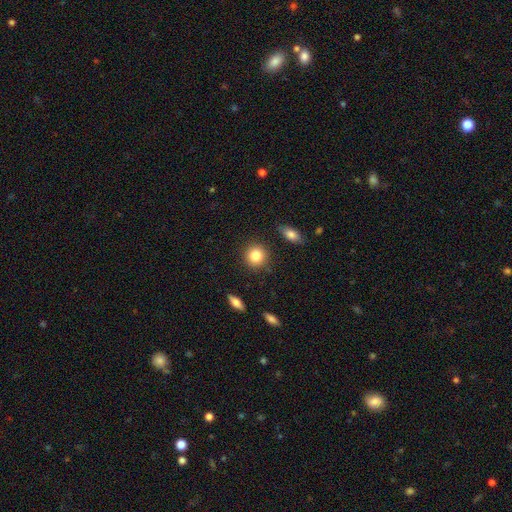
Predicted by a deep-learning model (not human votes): Q: Smooth or featured?
A: smooth (84%); runner-up: star or artifact (8%)
Q: How rounded?
A: round (89%); runner-up: in between (10%)
Q: Merging?
A: none (89%); runner-up: minor disturbance (7%)